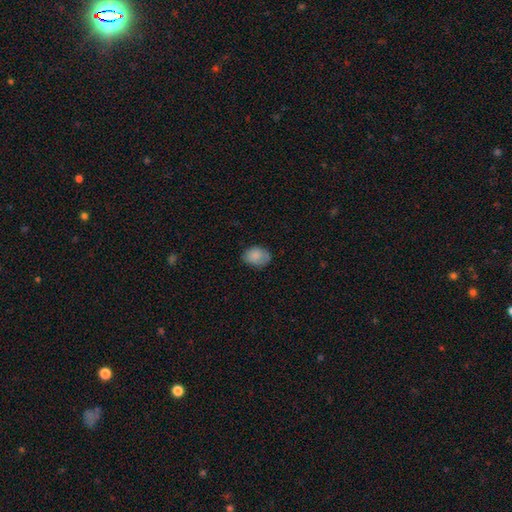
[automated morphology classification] smooth-or-featured: smooth: 85% | star or artifact: 8% | featured or disk: 7%
  how-rounded: in between: 73% | round: 26% | cigar-shaped: 1%
  merging: none: 72% | minor disturbance: 22% | major disturbance: 4% | merger: 1%